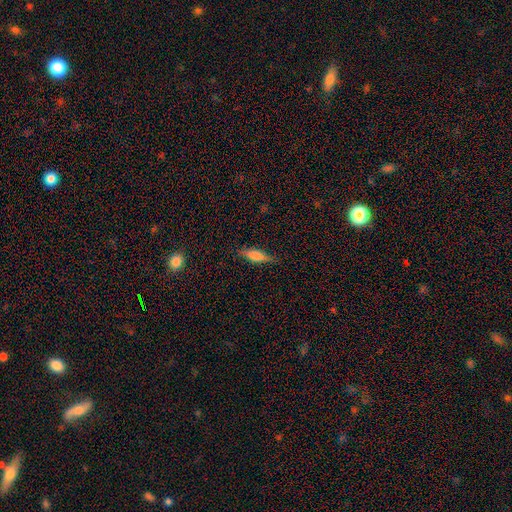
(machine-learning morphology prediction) Overall: smooth (64%; featured or disk 28%). How rounded: cigar-shaped (57%; in between 40%). Merging: none (82%).